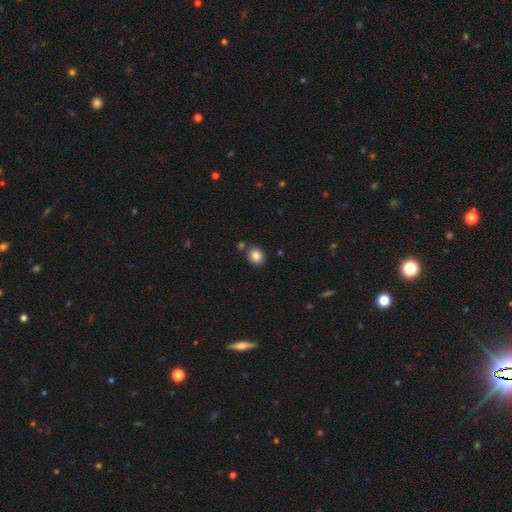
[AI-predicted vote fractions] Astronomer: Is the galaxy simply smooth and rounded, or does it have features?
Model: smooth — 86%.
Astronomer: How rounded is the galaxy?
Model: round — 65%.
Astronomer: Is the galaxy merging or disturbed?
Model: none — 81%.